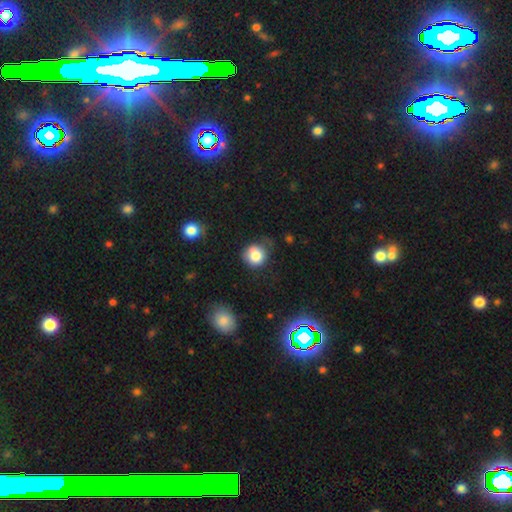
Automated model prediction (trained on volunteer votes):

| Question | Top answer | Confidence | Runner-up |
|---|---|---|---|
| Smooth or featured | smooth | 81% | star or artifact (10%) |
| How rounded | round | 86% | in between (13%) |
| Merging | none | 59% | minor disturbance (28%) |